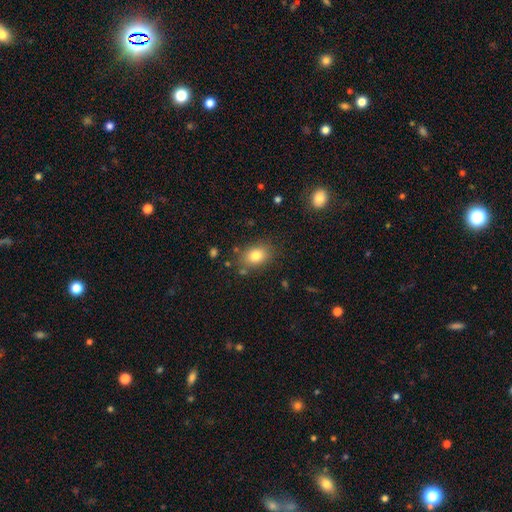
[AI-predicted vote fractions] Smooth or featured? smooth (81%)
How rounded? in between (73%)
Merging? none (80%)